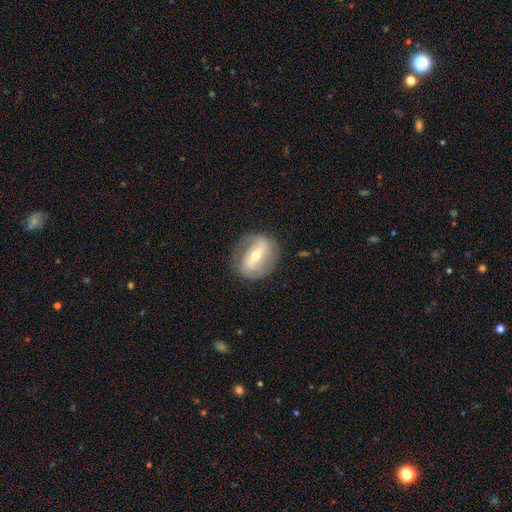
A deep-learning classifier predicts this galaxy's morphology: Smooth or featured? featured or disk (75%)
Edge-on disk? no (92%)
Bar? strong (55%)
Spiral arms? yes (76%)
Spiral winding? loose (39%)
Spiral arm count? 2 (81%)
Bulge size? moderate (57%)
Merging? none (78%)